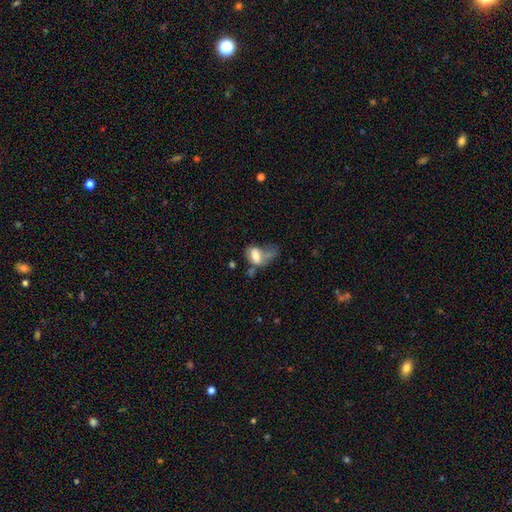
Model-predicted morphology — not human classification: A smooth galaxy with no disk features (59%) that is in between round and cigar-shaped (85%).

Vote fractions:
- Smooth or featured? smooth: 59% / featured or disk: 31% / star or artifact: 10%
- How rounded? in between: 85% / round: 11% / cigar-shaped: 4%
- Merging? major disturbance: 50% / minor disturbance: 18% / none: 16% / merger: 15%